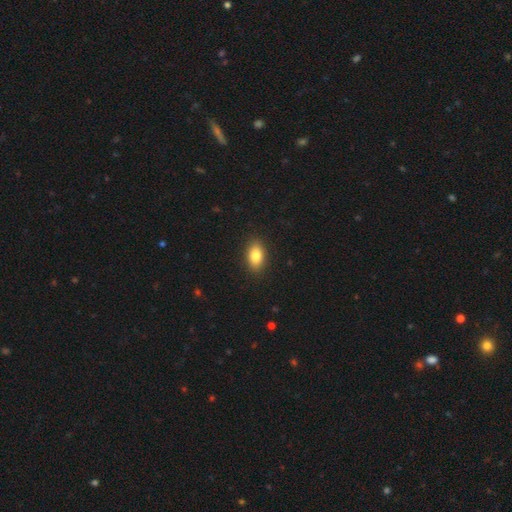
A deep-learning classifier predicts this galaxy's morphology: This is clearly a smooth galaxy (84%). How rounded: clearly in between (89%). Merging: clearly none (89%).